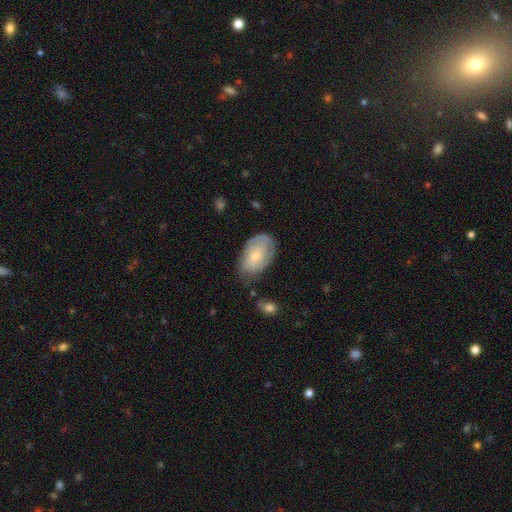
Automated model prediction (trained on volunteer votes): Q: Smooth or featured?
A: smooth (58%); runner-up: featured or disk (36%)
Q: How rounded?
A: in between (90%); runner-up: round (8%)
Q: Merging?
A: none (61%); runner-up: minor disturbance (29%)